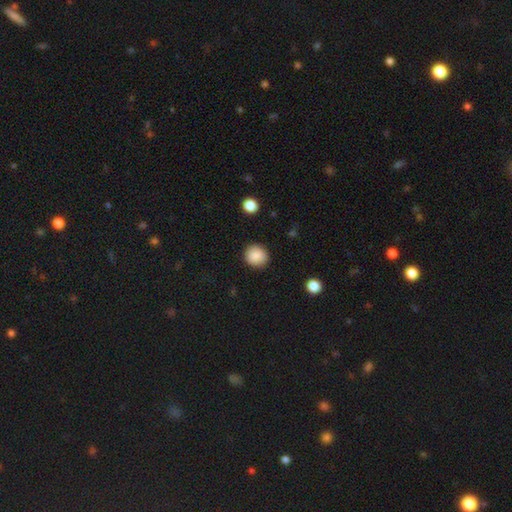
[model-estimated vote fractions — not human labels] Smooth or featured: smooth — 88% (star or artifact — 8%)
How rounded: round — 87% (in between — 12%)
Merging: none — 89% (minor disturbance — 7%)